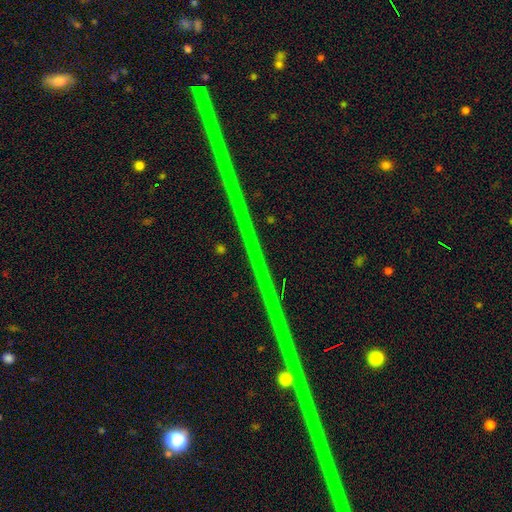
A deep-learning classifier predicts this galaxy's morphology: Q: Smooth or featured?
A: star or artifact (87%); runner-up: featured or disk (8%)